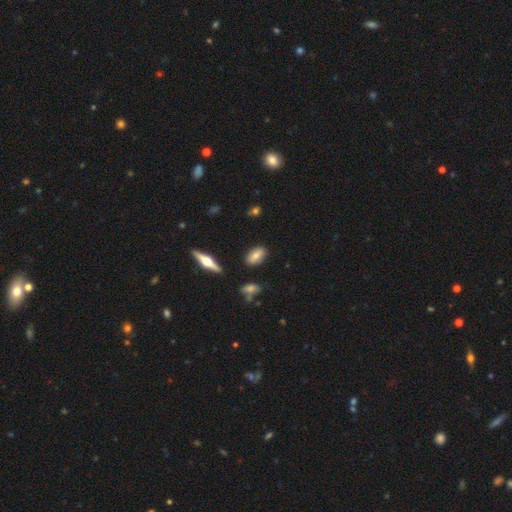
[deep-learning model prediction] Smooth or featured: smooth — 72% (featured or disk — 20%)
How rounded: in between — 86% (cigar-shaped — 8%)
Merging: none — 85% (minor disturbance — 11%)